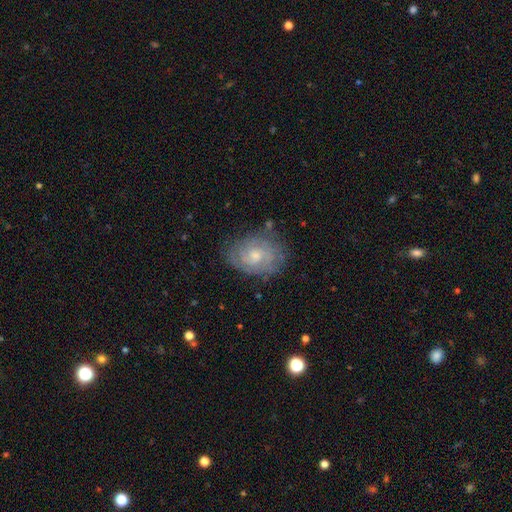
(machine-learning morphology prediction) This is likely a featured or disk galaxy (71%). It is clearly not viewed edge-on (97%). Bar: likely no (66%). Spiral arm pattern: clearly yes (87%). Spiral arm count: marginally can't tell (40%). Spiral winding: likely tight (65%). Central bulge: possibly small (48%). Merging: likely none (73%).